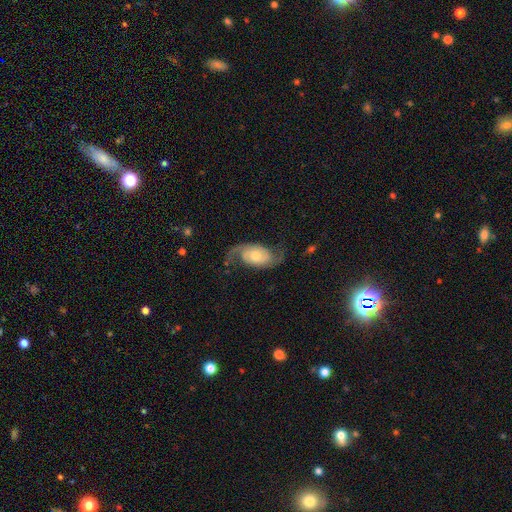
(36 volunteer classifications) Smooth or featured? featured or disk (92%)
Edge-on disk? no (100%)
Bar? no (79%)
Spiral arms? yes (97%)
Spiral winding? medium (47%)
Spiral arm count? 2 (97%)
Bulge size? moderate (58%)
Merging? none (83%)